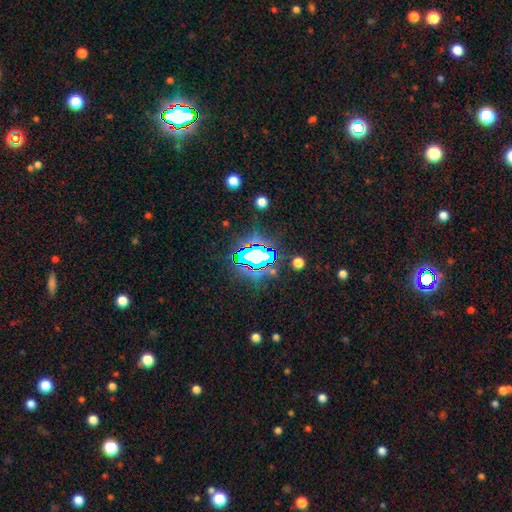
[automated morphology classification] Smooth or featured? Predicted: star or artifact (p=0.63).